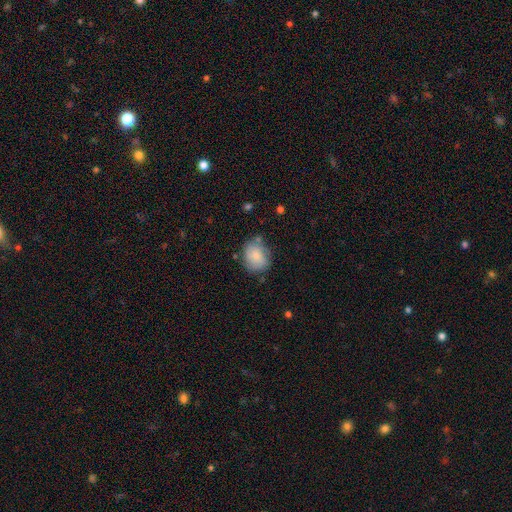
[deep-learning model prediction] This is likely a smooth galaxy (78%). How rounded: possibly round (54%). Merging: likely none (67%).